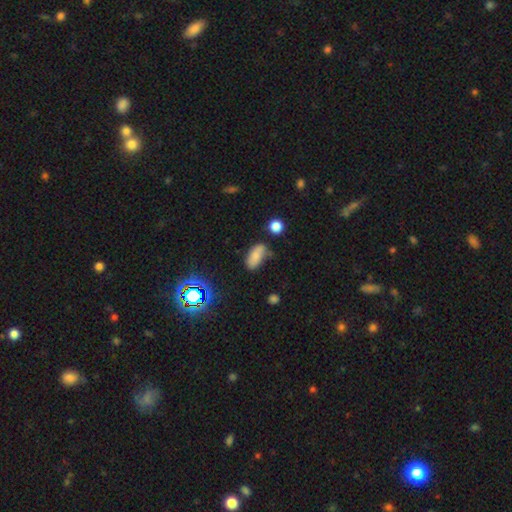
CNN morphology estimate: smooth 73%, star or artifact 15%, featured or disk 12%. Down the decision tree: how rounded — in between (89%); merging — none (56%).